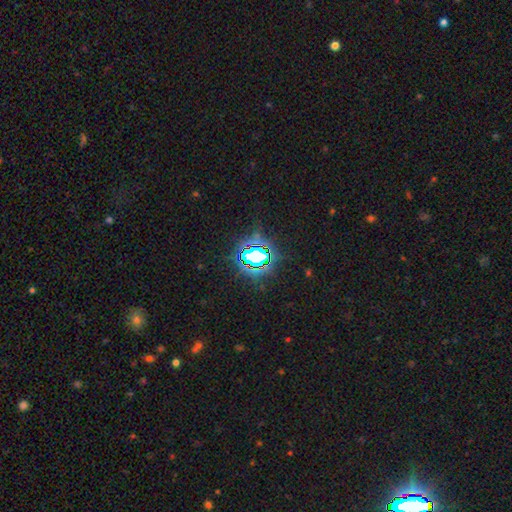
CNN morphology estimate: smooth-or-featured: star or artifact: 74% | smooth: 15% | featured or disk: 11%